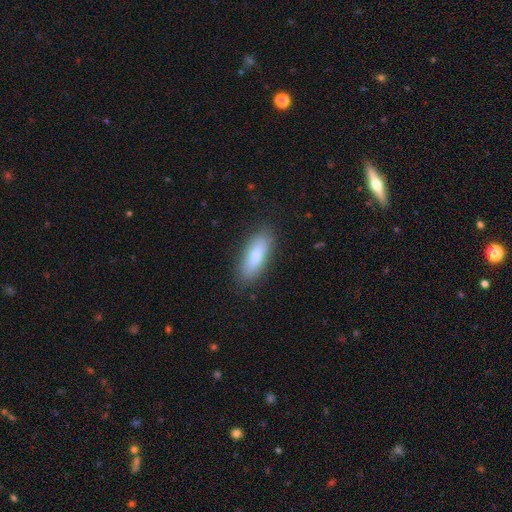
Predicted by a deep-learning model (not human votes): Morphology: type=smooth (75%); roundness=in between (72%); merging=none (85%).